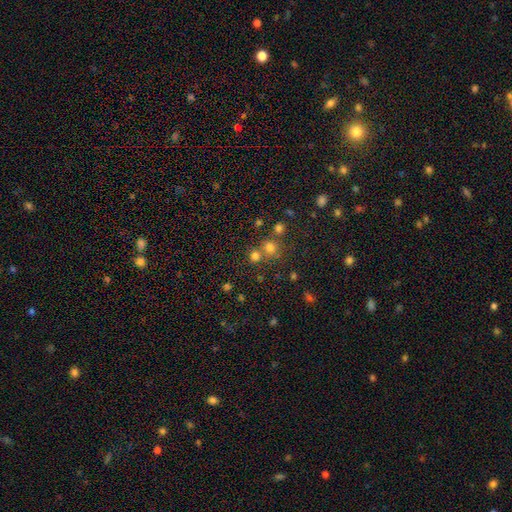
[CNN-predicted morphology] This is likely a smooth galaxy (70%). How rounded: clearly round (90%). Merging: likely none (65%).